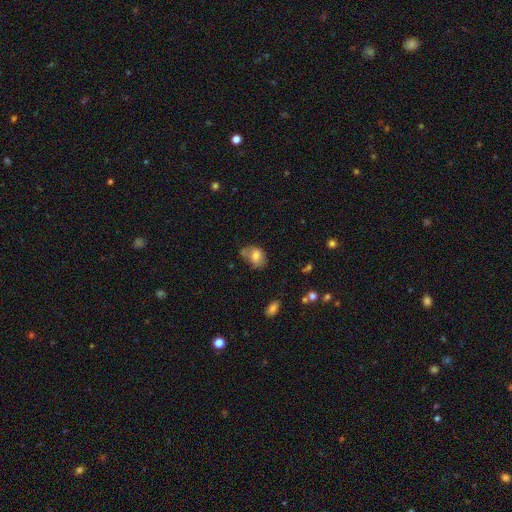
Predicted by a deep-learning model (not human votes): Smooth or featured? Predicted: smooth (p=0.72). How rounded? Predicted: in between (p=0.67). Merging? Predicted: none (p=0.44).